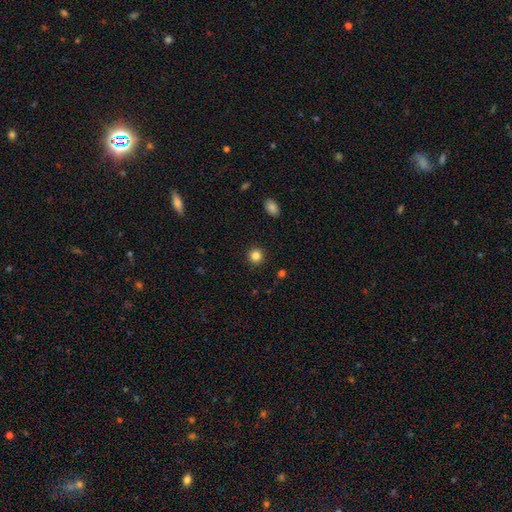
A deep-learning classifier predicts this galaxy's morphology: The model was most divided on "smooth or featured": smooth: 84%, star or artifact: 11%, featured or disk: 4%. More confident: how rounded — round (93%); merging — none (92%).